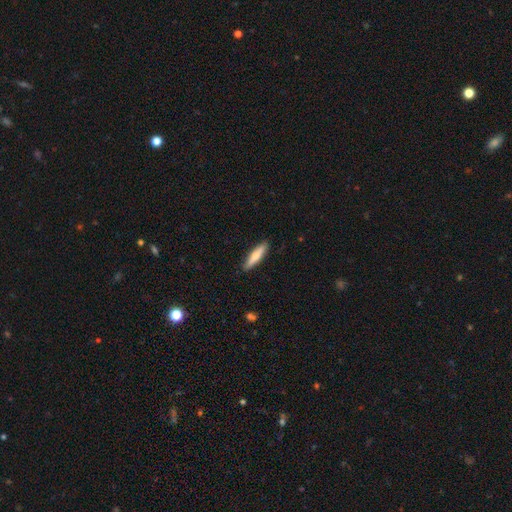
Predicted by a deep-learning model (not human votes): Overall: smooth (70%). How rounded: cigar-shaped (81%). Merging: none (89%).